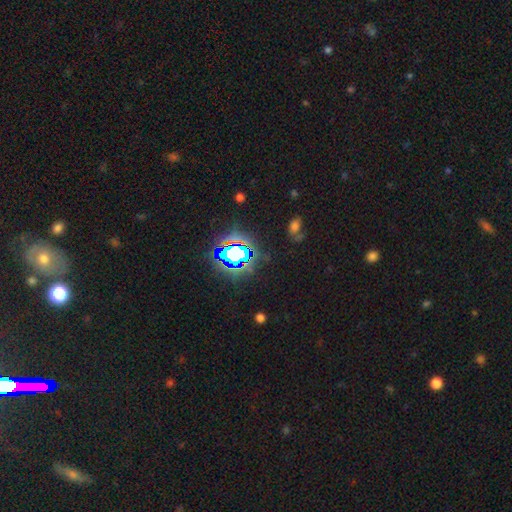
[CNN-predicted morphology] star or artifact 78%, smooth 14%, featured or disk 8%.